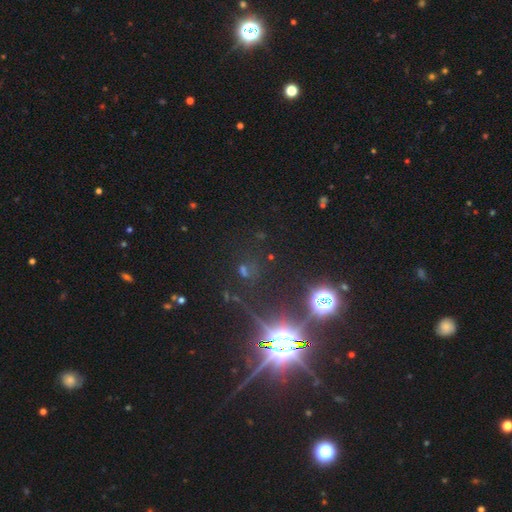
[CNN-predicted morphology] Smooth or featured: star or artifact — 83% (smooth — 9%)